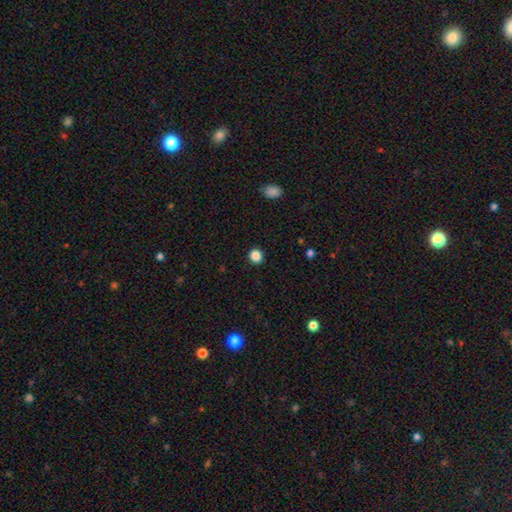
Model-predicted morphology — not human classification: The model was most divided on "smooth or featured": smooth: 86%, star or artifact: 11%, featured or disk: 3%. More confident: merging — none (92%); how rounded — round (88%).